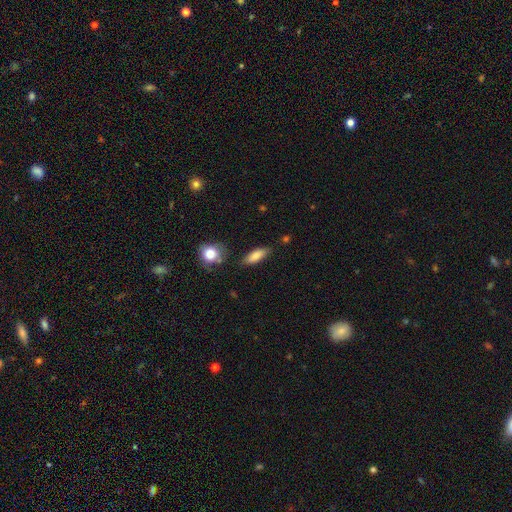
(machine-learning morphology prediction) smooth 81%, featured or disk 12%, star or artifact 7%. Down the decision tree: how rounded — in between (64%); merging — none (77%).